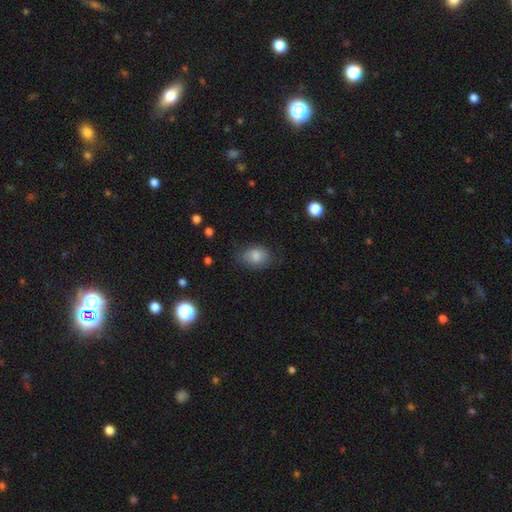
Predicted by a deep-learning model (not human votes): Q: Smooth or featured?
A: smooth (82%); runner-up: featured or disk (10%)
Q: How rounded?
A: in between (69%); runner-up: round (30%)
Q: Merging?
A: none (66%); runner-up: minor disturbance (25%)